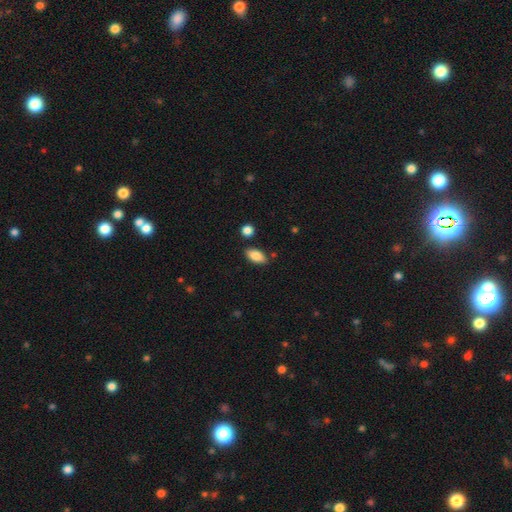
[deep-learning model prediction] Smooth or featured: smooth — 84% (featured or disk — 9%)
How rounded: in between — 89% (cigar-shaped — 7%)
Merging: none — 83% (minor disturbance — 11%)